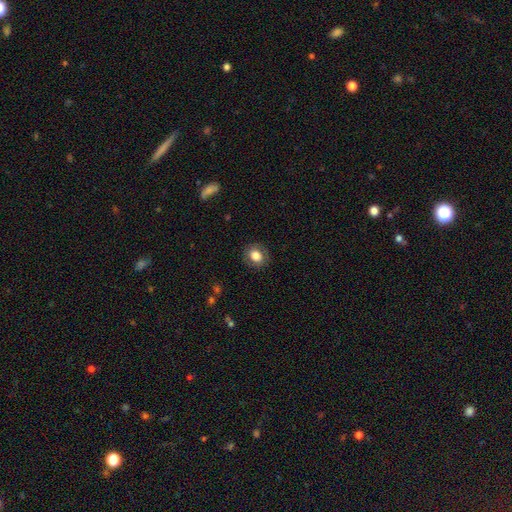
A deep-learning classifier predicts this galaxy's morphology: smooth 80%, featured or disk 12%, star or artifact 9%. Down the decision tree: how rounded — round (64%); merging — none (86%).